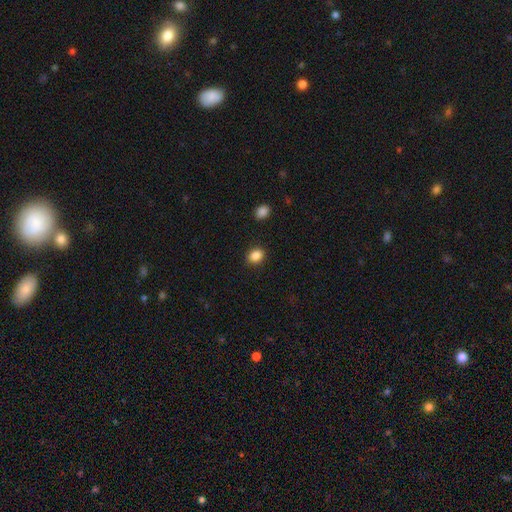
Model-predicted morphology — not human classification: This appears to be a smooth galaxy with no disk features (87%) that is in between round and cigar-shaped (56%). Merging: none (88%).